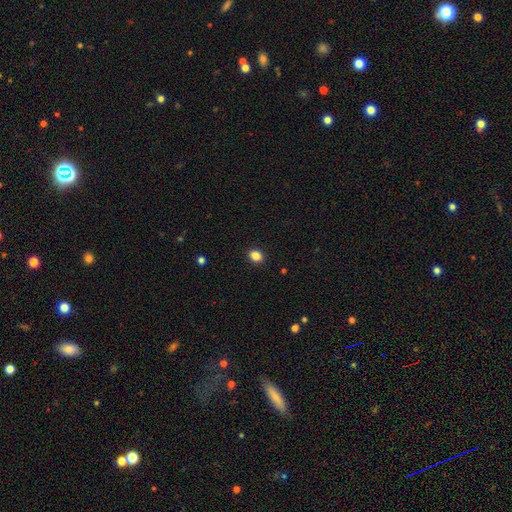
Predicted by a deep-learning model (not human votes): Smooth or featured?
  - smooth: 86% *
  - star or artifact: 10%
  - featured or disk: 4%
How rounded?
  - in between: 56% *
  - round: 43%
  - cigar-shaped: 1%
Merging?
  - none: 91% *
  - minor disturbance: 6%
  - major disturbance: 2%
  - merger: 1%